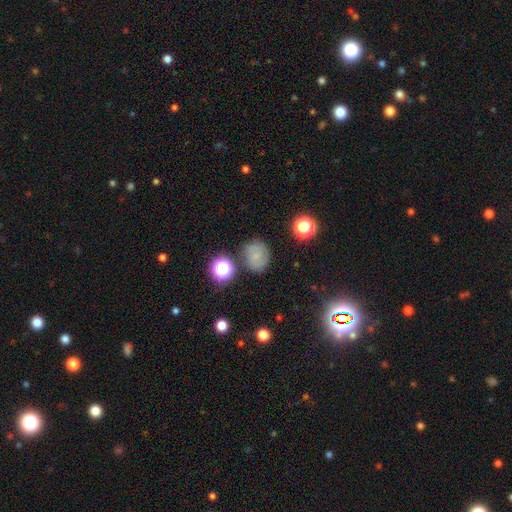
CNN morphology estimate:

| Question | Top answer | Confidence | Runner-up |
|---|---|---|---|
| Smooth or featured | smooth | 63% | star or artifact (22%) |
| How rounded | round | 67% | in between (32%) |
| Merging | none | 76% | minor disturbance (15%) |